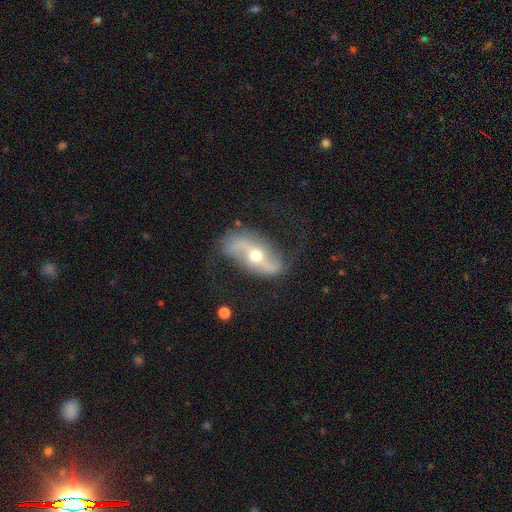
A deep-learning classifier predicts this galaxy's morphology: Smooth or featured: featured or disk — 83% (smooth — 11%)
Edge-on disk: no — 92% (yes — 8%)
Bar: strong — 41% (no — 32%)
Spiral arms: yes — 91% (no — 9%)
Spiral winding: loose — 73% (medium — 20%)
Spiral arm count: 2 — 92% (can't tell — 3%)
Bulge size: moderate — 68% (small — 26%)
Merging: none — 72% (minor disturbance — 17%)